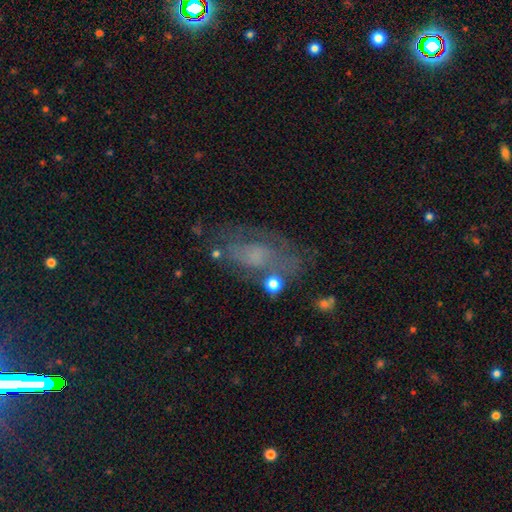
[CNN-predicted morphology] Smooth or featured: featured or disk — 53% (smooth — 32%)
Edge-on disk: no — 92% (yes — 8%)
Merging: none — 56% (minor disturbance — 22%)